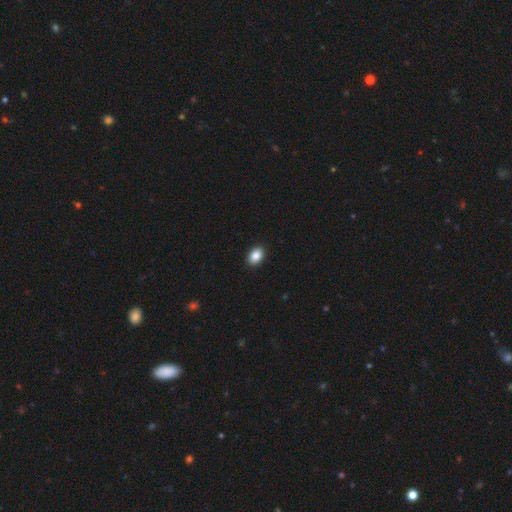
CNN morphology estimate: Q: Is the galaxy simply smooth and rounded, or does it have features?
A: smooth — 87%.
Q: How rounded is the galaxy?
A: in between — 80%.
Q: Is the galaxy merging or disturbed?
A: none — 92%.